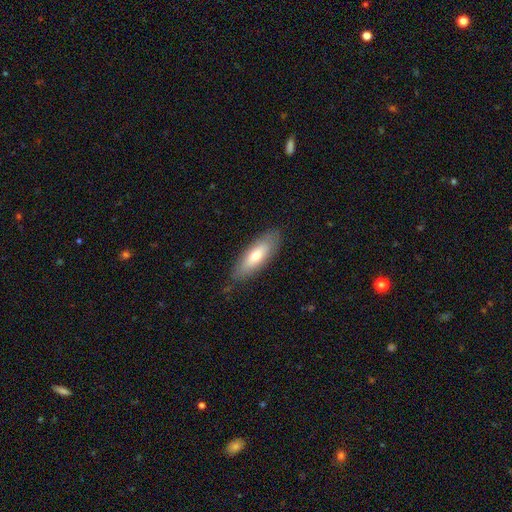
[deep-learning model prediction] A smooth galaxy with no disk features (66%) that is in between round and cigar-shaped (58%).

Vote fractions:
- Smooth or featured? smooth: 66% / featured or disk: 28% / star or artifact: 6%
- How rounded? in between: 58% / cigar-shaped: 40% / round: 2%
- Merging? none: 83% / minor disturbance: 13% / major disturbance: 3% / merger: 1%